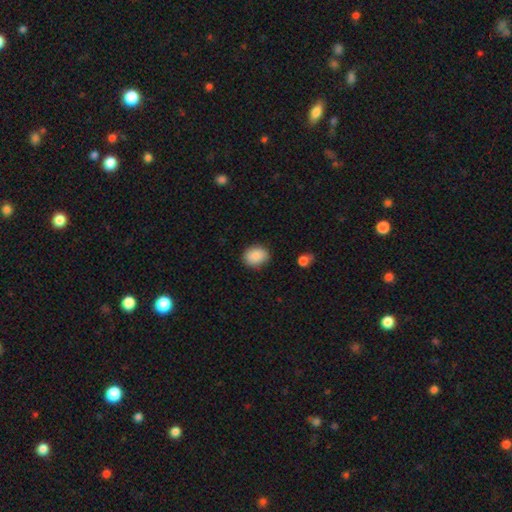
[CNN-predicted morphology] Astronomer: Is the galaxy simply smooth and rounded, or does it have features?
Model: smooth — 88%.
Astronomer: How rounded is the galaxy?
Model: in between — 52% (runner-up: round, 47%).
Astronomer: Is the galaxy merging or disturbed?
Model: none — 84%.